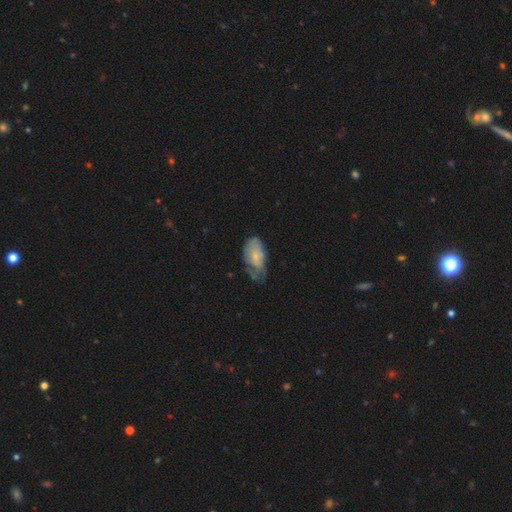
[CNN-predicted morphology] smooth-or-featured: smooth: 57% | featured or disk: 35% | star or artifact: 7%
  how-rounded: in between: 92% | round: 4% | cigar-shaped: 4%
  merging: minor disturbance: 40% | none: 31% | major disturbance: 27% | merger: 3%